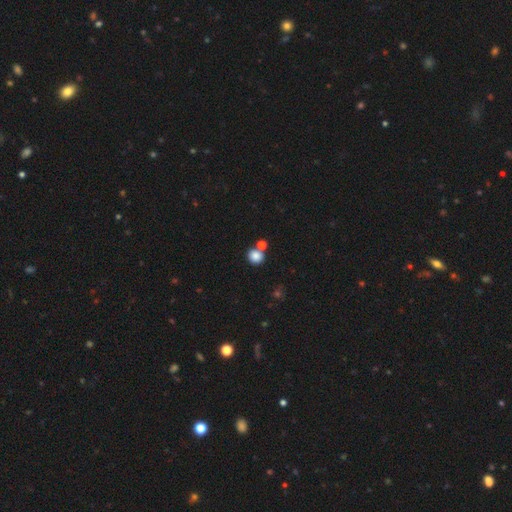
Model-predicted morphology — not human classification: A smooth galaxy with no disk features (84%) that is round (83%).

Vote fractions:
- Smooth or featured? smooth: 84% / star or artifact: 10% / featured or disk: 5%
- How rounded? round: 83% / in between: 16% / cigar-shaped: 1%
- Merging? none: 63% / merger: 24% / minor disturbance: 9% / major disturbance: 3%